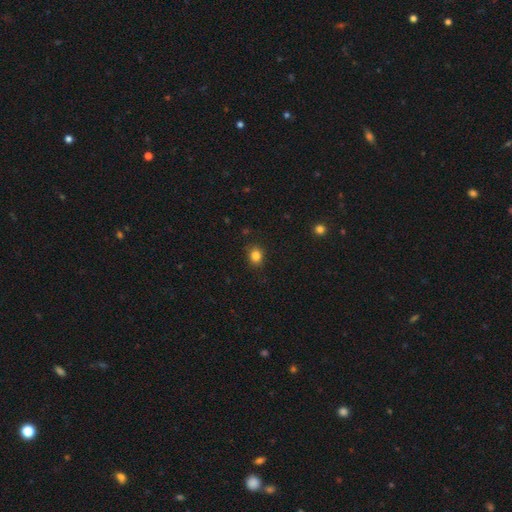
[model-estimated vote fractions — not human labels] The model was most divided on "how rounded": round: 61%, in between: 38%, cigar-shaped: 1%. More confident: merging — none (86%); smooth or featured — smooth (84%).